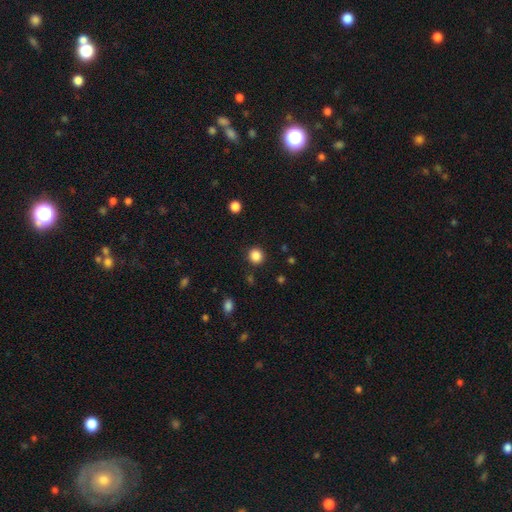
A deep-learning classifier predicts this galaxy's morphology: Overall: smooth (86%). How rounded: round (92%). Merging: none (90%).